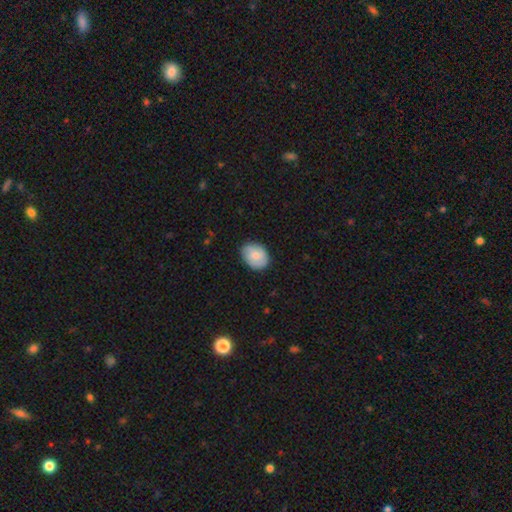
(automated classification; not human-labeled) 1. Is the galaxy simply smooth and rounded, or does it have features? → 68% smooth, 26% featured or disk, 6% star or artifact.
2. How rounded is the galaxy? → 62% in between, 37% round, 1% cigar-shaped.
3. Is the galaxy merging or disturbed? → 81% none, 15% minor disturbance, 3% major disturbance, 1% merger.